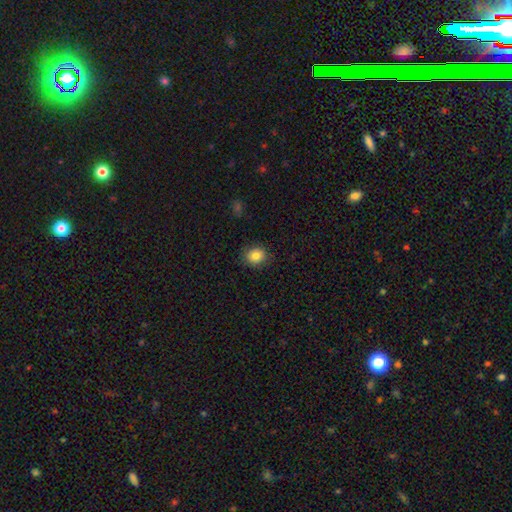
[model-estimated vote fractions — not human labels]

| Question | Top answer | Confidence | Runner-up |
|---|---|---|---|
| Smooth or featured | smooth | 83% | star or artifact (10%) |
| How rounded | round | 71% | in between (28%) |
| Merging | none | 86% | minor disturbance (10%) |